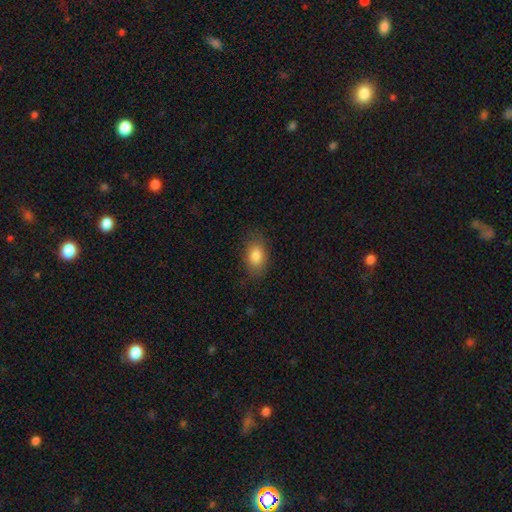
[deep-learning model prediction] Morphology: type=smooth (83%); roundness=in between (87%); merging=none (79%).